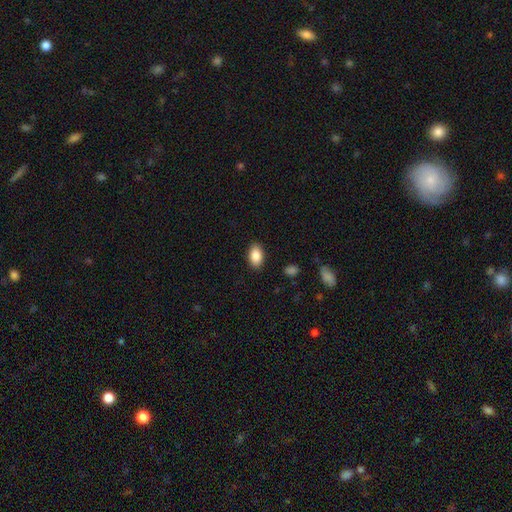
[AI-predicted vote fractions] The model was most divided on "smooth or featured": smooth: 87%, star or artifact: 7%, featured or disk: 6%. More confident: how rounded — in between (90%); merging — none (88%).